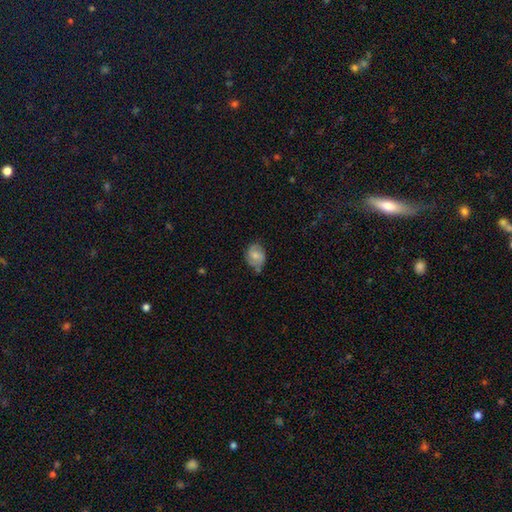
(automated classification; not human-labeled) Smooth or featured? smooth (59%)
How rounded? in between (53%)
Merging? none (59%)